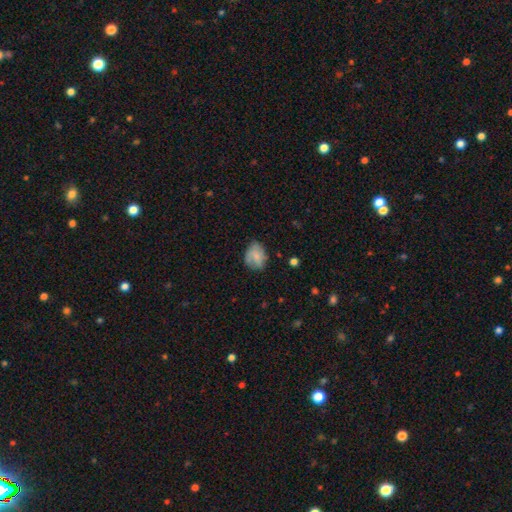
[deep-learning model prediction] This is likely a smooth galaxy (67%). How rounded: possibly in between (58%). Merging: possibly none (59%).